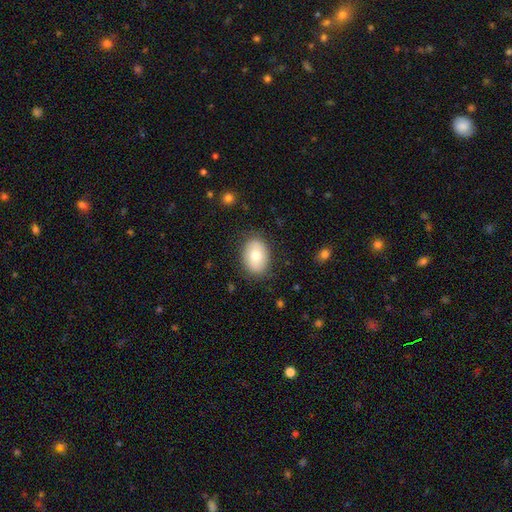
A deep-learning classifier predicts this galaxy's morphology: Smooth or featured? smooth (75%)
How rounded? in between (74%)
Merging? none (84%)